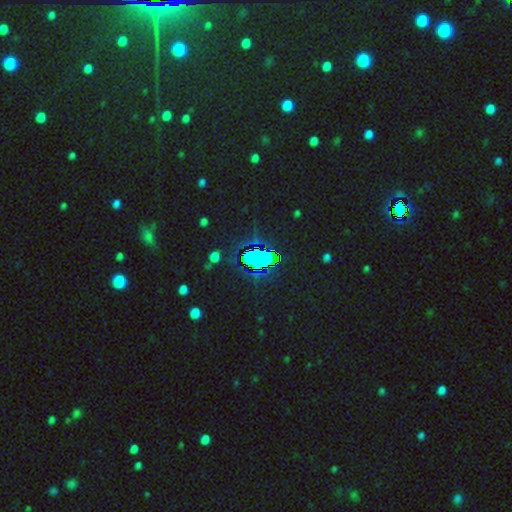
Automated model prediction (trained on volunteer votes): Smooth or featured? Predicted: star or artifact (p=0.71).